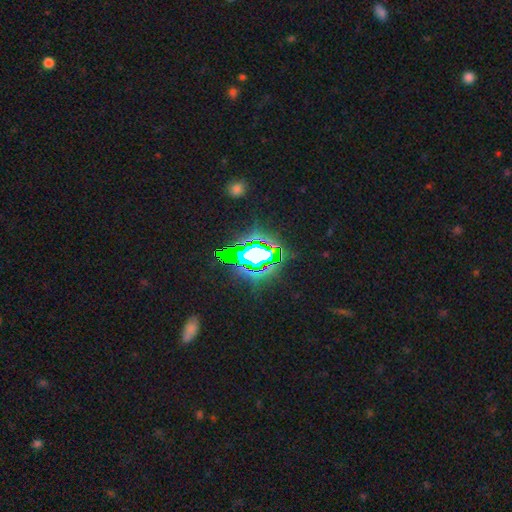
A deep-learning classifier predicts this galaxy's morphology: star or artifact 66%, smooth 19%, featured or disk 15%.